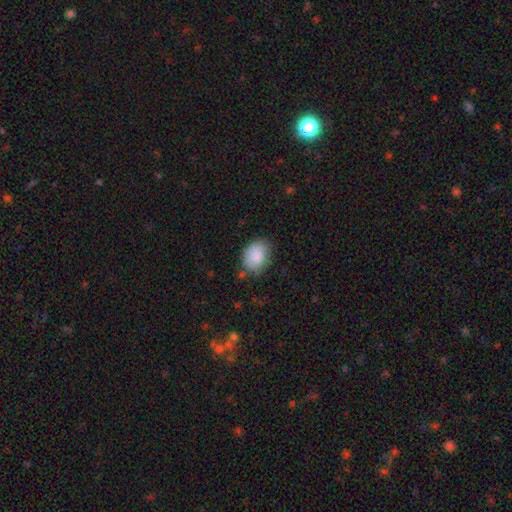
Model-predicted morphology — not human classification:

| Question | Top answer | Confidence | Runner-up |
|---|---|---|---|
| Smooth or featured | smooth | 87% | star or artifact (7%) |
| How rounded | in between | 67% | round (32%) |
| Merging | none | 70% | minor disturbance (22%) |